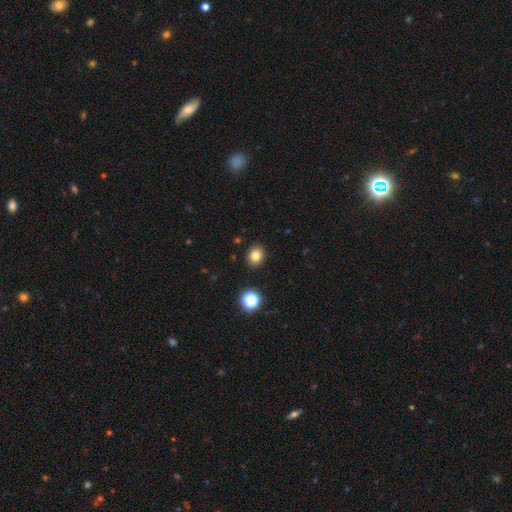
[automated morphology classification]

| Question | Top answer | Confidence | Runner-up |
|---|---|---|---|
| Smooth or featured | smooth | 80% | star or artifact (13%) |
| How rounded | round | 65% | in between (34%) |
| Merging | none | 90% | minor disturbance (6%) |